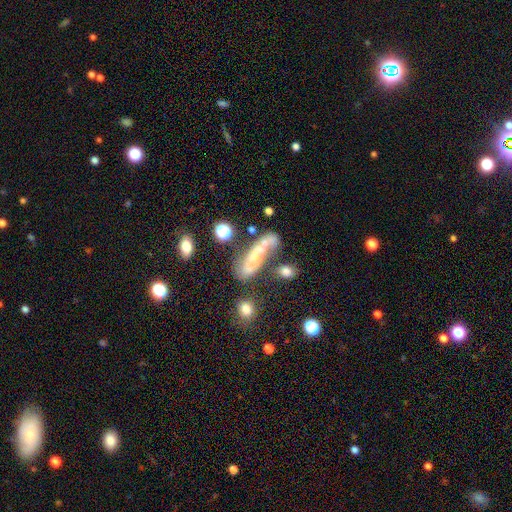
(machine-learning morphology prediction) A featured or disk galaxy (61%).

Vote fractions:
- Smooth or featured? featured or disk: 61% / smooth: 27% / star or artifact: 12%
- Edge-on disk? no: 72% / yes: 28%
- Merging? none: 39% / merger: 25% / minor disturbance: 19% / major disturbance: 17%